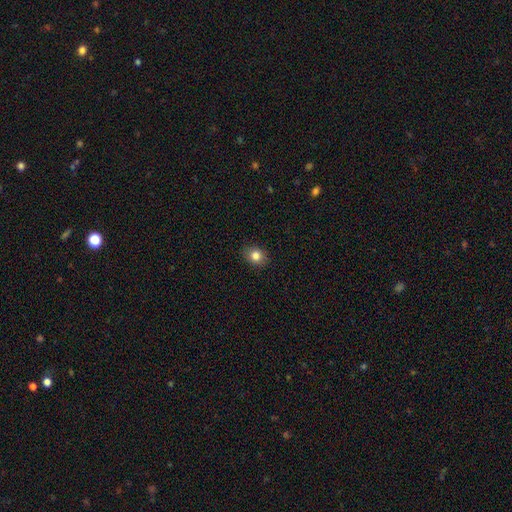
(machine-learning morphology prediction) Smooth or featured? smooth (82%)
How rounded? round (56%)
Merging? none (88%)